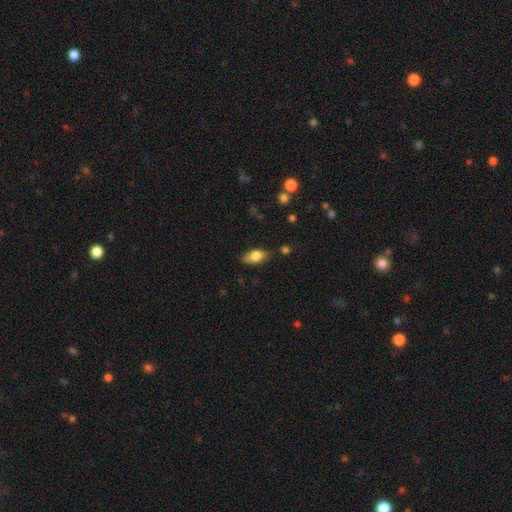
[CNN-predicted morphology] This appears to be a smooth galaxy with no disk features (72%) that is in between round and cigar-shaped (85%). Merging: none (79%).